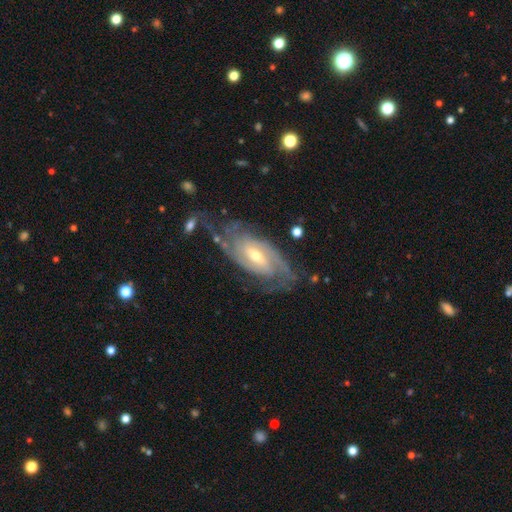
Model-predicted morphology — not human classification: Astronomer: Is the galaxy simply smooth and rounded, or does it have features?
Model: featured or disk — 89%.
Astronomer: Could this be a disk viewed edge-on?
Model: no — 94%.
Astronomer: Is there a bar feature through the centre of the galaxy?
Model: weak — 47% (runner-up: no, 28%).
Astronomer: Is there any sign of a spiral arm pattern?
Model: yes — 97%.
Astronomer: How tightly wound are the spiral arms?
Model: tight — 61%.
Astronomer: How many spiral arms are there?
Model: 2 — 46%.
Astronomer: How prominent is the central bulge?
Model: moderate — 49% (runner-up: small, 47%).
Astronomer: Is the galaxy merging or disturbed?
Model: none — 68%.